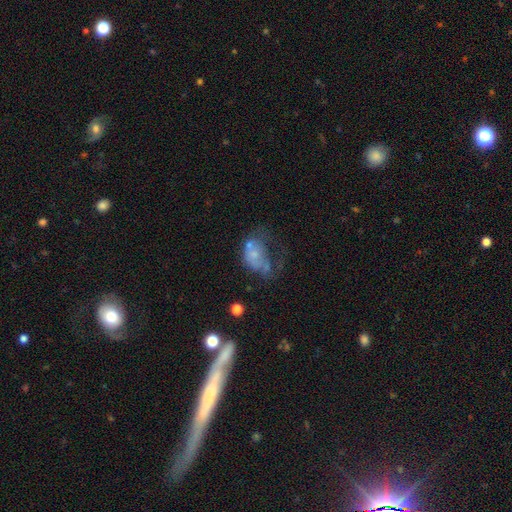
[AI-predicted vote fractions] Smooth or featured: featured or disk — 42% (smooth — 39%)
Merging: major disturbance — 42% (none — 24%)